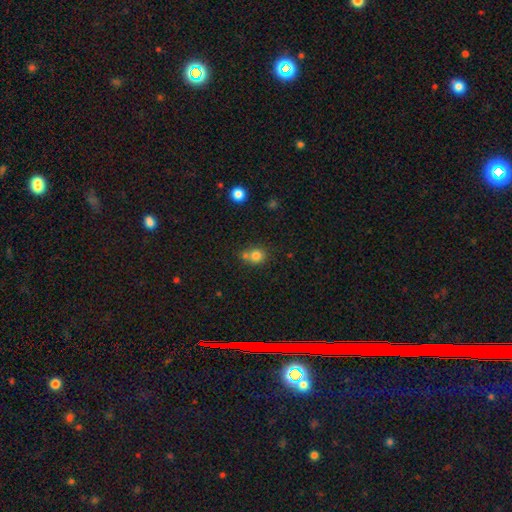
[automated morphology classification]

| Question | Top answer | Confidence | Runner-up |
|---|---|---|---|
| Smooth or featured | smooth | 79% | star or artifact (12%) |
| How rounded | round | 79% | in between (20%) |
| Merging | none | 54% | merger (31%) |